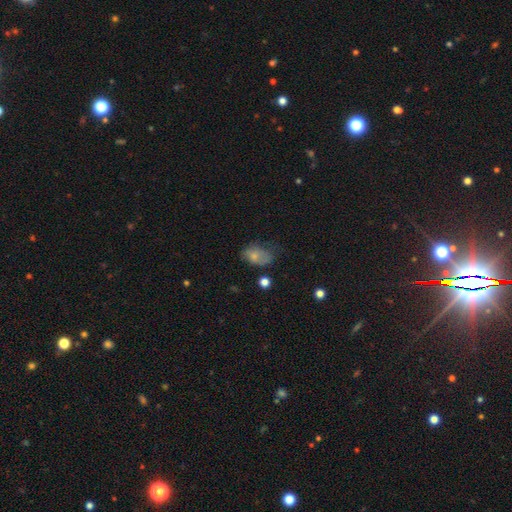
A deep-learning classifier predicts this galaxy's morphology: smooth 72%, featured or disk 18%, star or artifact 10%. Down the decision tree: how rounded — in between (84%); merging — none (38%).